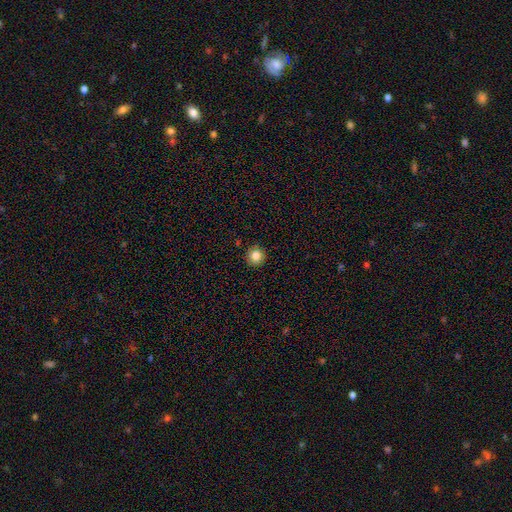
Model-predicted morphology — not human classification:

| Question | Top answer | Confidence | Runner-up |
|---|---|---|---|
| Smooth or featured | smooth | 83% | star or artifact (11%) |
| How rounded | round | 93% | in between (6%) |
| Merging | none | 92% | minor disturbance (6%) |